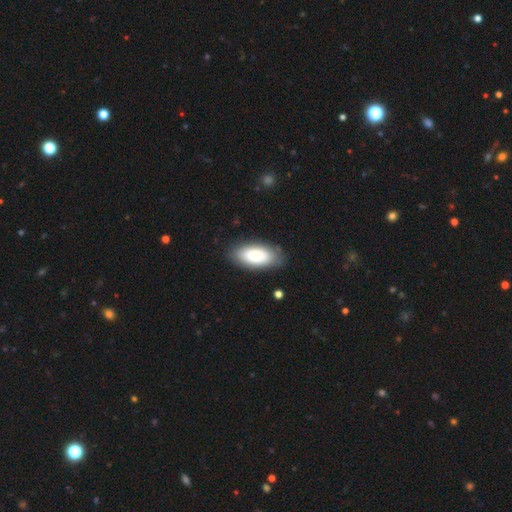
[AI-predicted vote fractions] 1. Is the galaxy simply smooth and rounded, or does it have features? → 66% smooth, 28% featured or disk, 6% star or artifact.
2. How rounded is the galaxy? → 92% in between, 5% cigar-shaped, 3% round.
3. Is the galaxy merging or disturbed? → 83% none, 12% minor disturbance, 3% major disturbance, 2% merger.